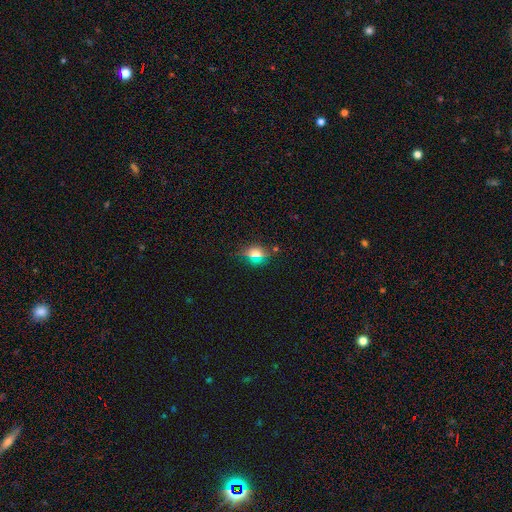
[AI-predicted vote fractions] smooth 60%, star or artifact 27%, featured or disk 14%. Down the decision tree: how rounded — round (60%); merging — none (82%).